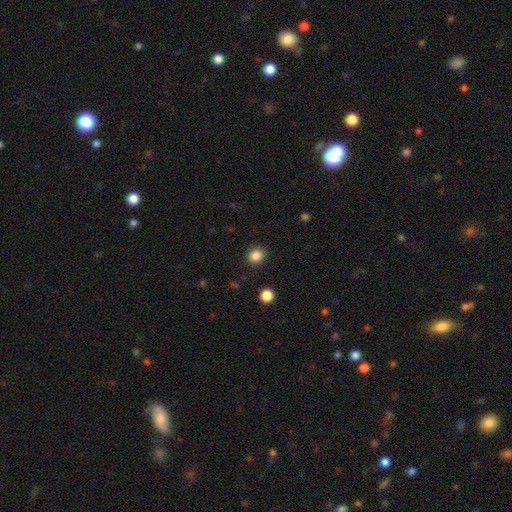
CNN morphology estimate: Smooth or featured?
  - smooth: 86% *
  - star or artifact: 11%
  - featured or disk: 3%
How rounded?
  - round: 77% *
  - in between: 22%
  - cigar-shaped: 1%
Merging?
  - none: 90% *
  - minor disturbance: 6%
  - major disturbance: 2%
  - merger: 1%